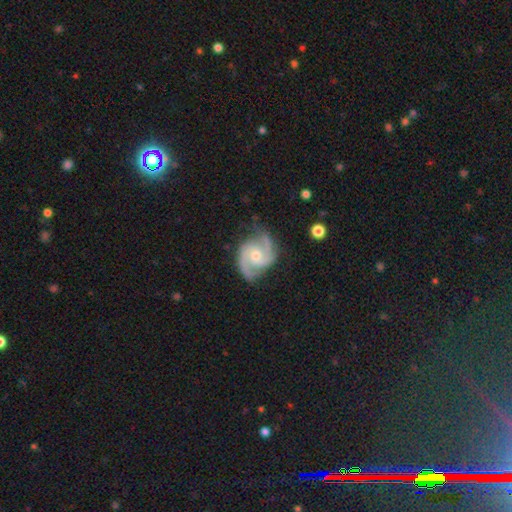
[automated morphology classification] A featured or disk galaxy (93%) with no bar (65%), 2 (84%) medium (55%) spiral arms (99%) and a moderate central bulge (50%). Merging: none (78%).